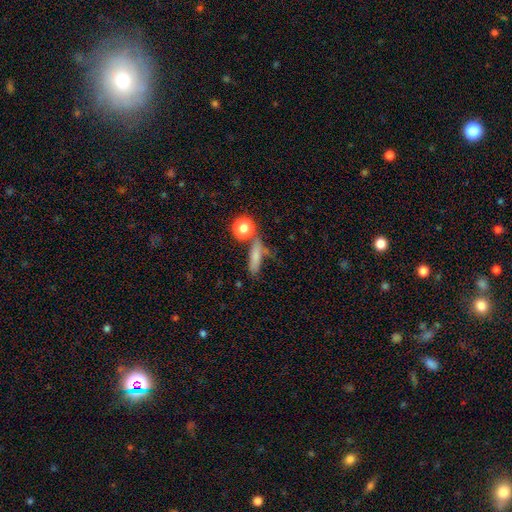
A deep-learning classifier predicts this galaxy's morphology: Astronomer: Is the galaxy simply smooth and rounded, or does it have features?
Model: smooth — 72%.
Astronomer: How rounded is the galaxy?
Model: cigar-shaped — 55% (runner-up: in between, 32%).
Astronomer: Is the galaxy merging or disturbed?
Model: none — 54%.